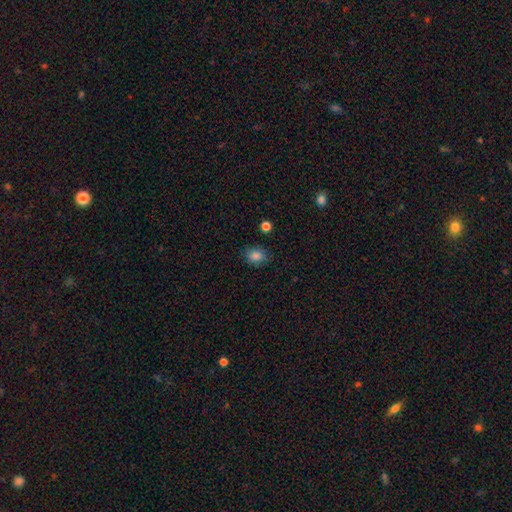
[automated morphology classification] Smooth or featured: smooth — 84% (star or artifact — 11%)
How rounded: in between — 51% (round — 48%)
Merging: none — 81% (minor disturbance — 14%)